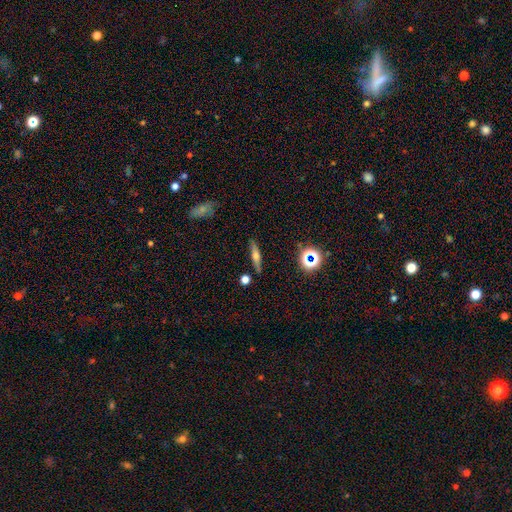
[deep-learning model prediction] A smooth galaxy with no disk features (45%).

Vote fractions:
- Smooth or featured? smooth: 45% / featured or disk: 43% / star or artifact: 12%
- Merging? none: 86% / minor disturbance: 9% / merger: 2% / major disturbance: 2%